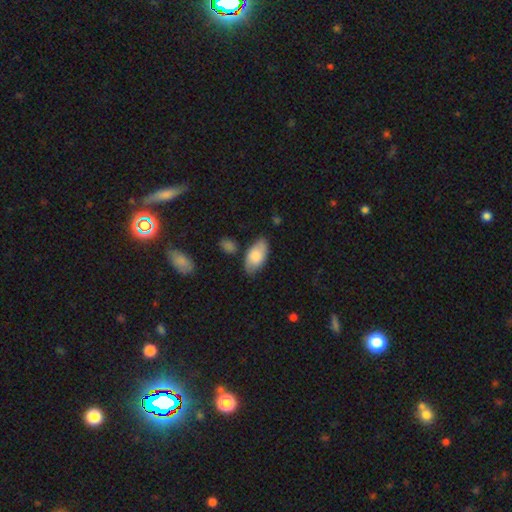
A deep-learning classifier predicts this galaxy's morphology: The model was most divided on "merging": none: 74%, minor disturbance: 18%, merger: 4%, major disturbance: 4%. More confident: how rounded — in between (94%); smooth or featured — smooth (76%).